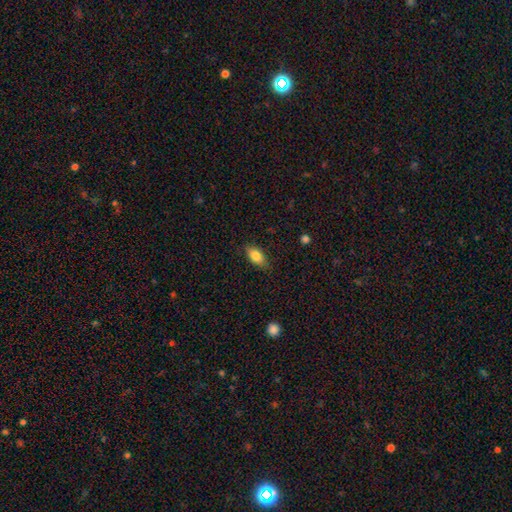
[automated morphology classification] Smooth or featured? smooth (83%)
How rounded? in between (88%)
Merging? none (83%)